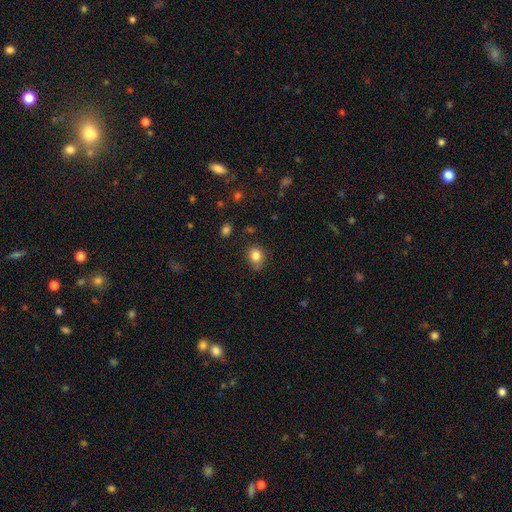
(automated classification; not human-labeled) smooth 83%, star or artifact 10%, featured or disk 6%. Down the decision tree: how rounded — round (68%); merging — none (72%).